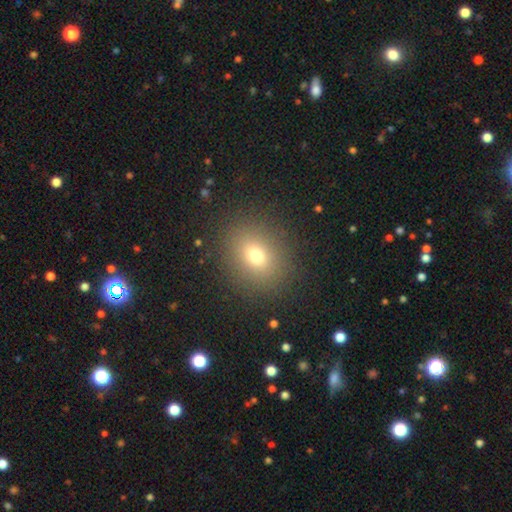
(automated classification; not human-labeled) Smooth or featured?
  - smooth: 71% *
  - star or artifact: 17%
  - featured or disk: 12%
How rounded?
  - round: 63% *
  - in between: 36%
  - cigar-shaped: 1%
Merging?
  - none: 88% *
  - minor disturbance: 7%
  - major disturbance: 4%
  - merger: 1%